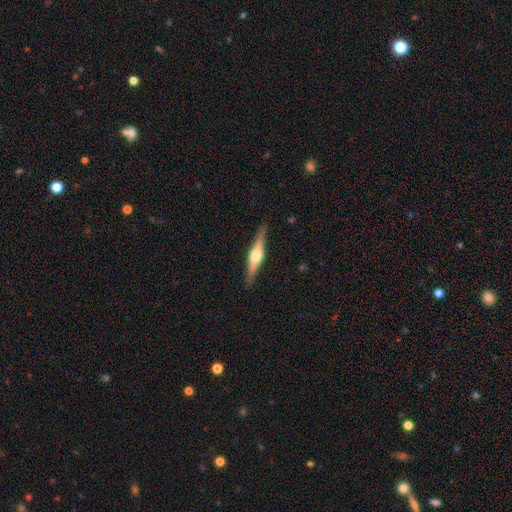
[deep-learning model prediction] smooth_or_featured: featured or disk (p=0.68) [alt: smooth p=0.27]
disk_edge_on: yes (p=0.97) [alt: no p=0.03]
edge_on_bulge: rounded (p=0.90) [alt: boxy p=0.07]
merging: none (p=0.88) [alt: minor disturbance p=0.09]